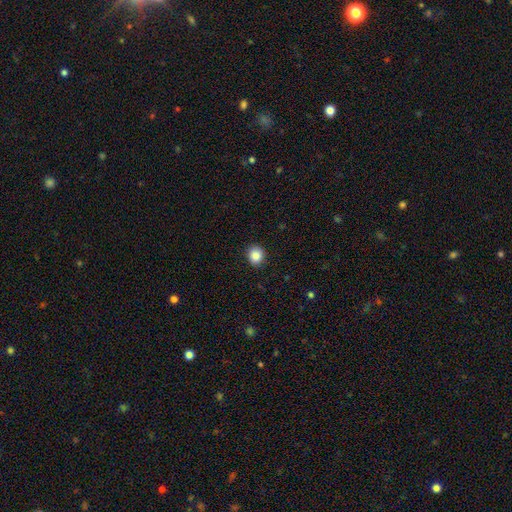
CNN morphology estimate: A smooth galaxy with no disk features (87%) that is round (77%).

Vote fractions:
- Smooth or featured? smooth: 87% / star or artifact: 9% / featured or disk: 3%
- How rounded? round: 77% / in between: 22% / cigar-shaped: 1%
- Merging? none: 90% / minor disturbance: 7% / major disturbance: 2% / merger: 1%